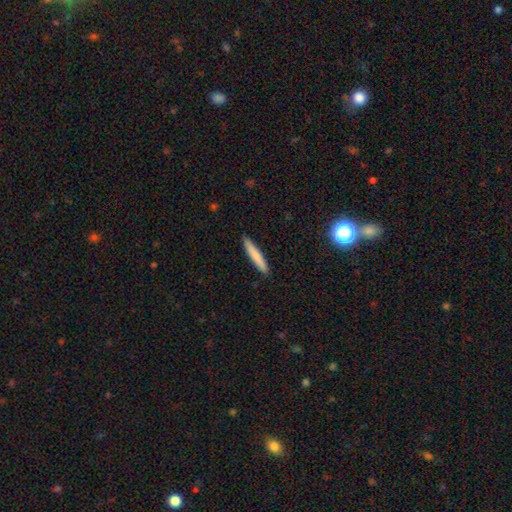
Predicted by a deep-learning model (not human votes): Q: Smooth or featured?
A: smooth (77%); runner-up: featured or disk (17%)
Q: How rounded?
A: cigar-shaped (94%); runner-up: in between (5%)
Q: Merging?
A: none (91%); runner-up: minor disturbance (7%)